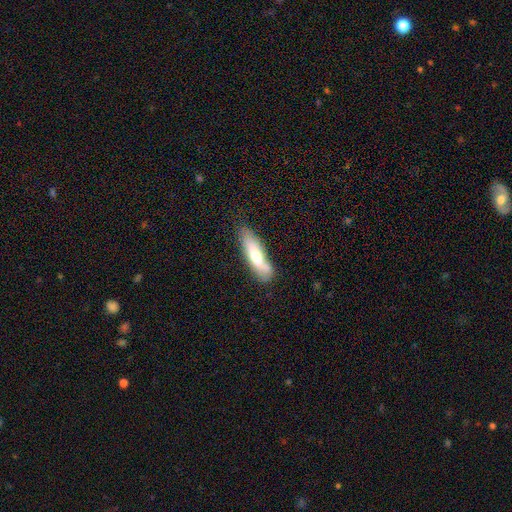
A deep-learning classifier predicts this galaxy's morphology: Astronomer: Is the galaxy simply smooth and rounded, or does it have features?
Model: smooth — 58% (runner-up: featured or disk, 36%).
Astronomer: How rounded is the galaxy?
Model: cigar-shaped — 63%.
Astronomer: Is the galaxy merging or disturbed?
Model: none — 66%.